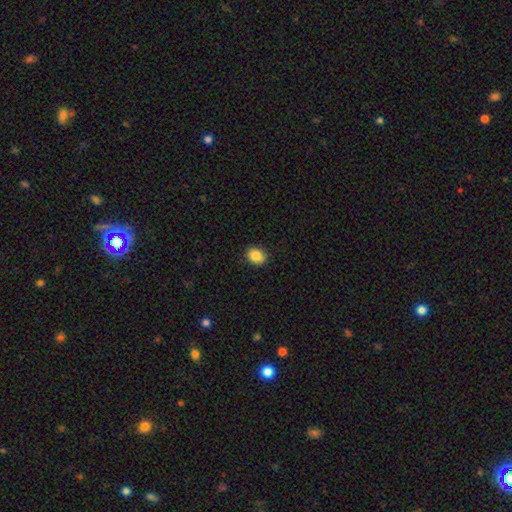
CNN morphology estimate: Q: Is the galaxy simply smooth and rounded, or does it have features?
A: smooth — 88%.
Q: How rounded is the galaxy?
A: in between — 55%.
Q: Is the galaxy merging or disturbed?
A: none — 89%.